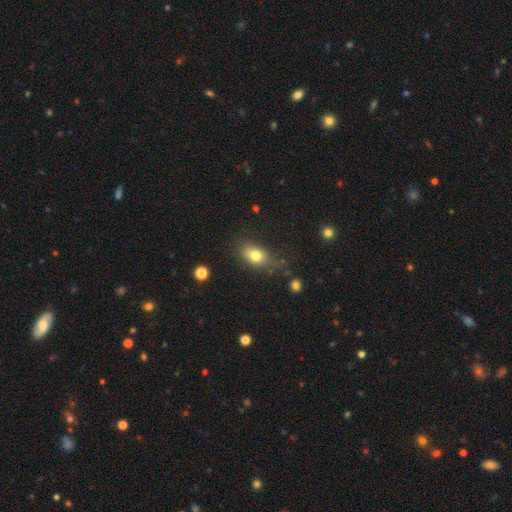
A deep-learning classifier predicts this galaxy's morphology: The model was most divided on "merging": none: 67%, minor disturbance: 22%, major disturbance: 8%, merger: 3%. More confident: smooth or featured — smooth (77%); how rounded — in between (74%).